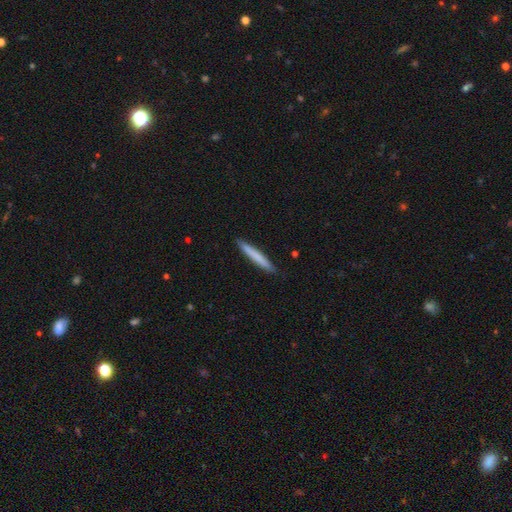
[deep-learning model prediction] Smooth or featured?
  - smooth: 74% *
  - featured or disk: 21%
  - star or artifact: 6%
How rounded?
  - cigar-shaped: 96% *
  - in between: 3%
  - round: 1%
Merging?
  - none: 91% *
  - minor disturbance: 7%
  - major disturbance: 1%
  - merger: 1%